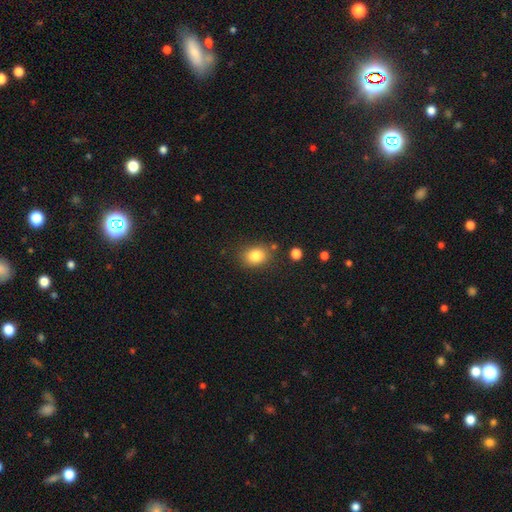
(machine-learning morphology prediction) Smooth or featured: smooth — 83% (star or artifact — 10%)
How rounded: in between — 54% (round — 45%)
Merging: none — 80% (minor disturbance — 12%)